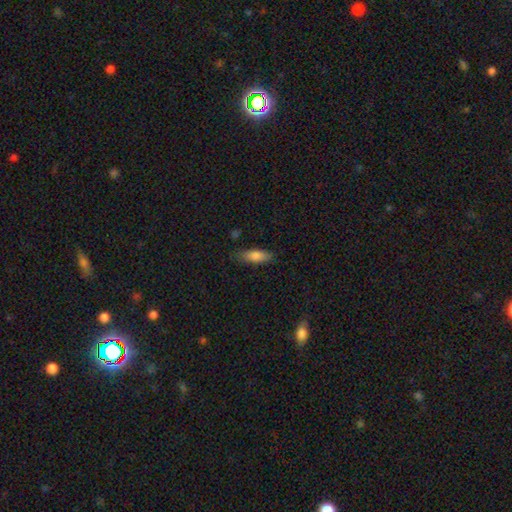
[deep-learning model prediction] A smooth galaxy with no disk features (81%) that is in between round and cigar-shaped (67%).

Vote fractions:
- Smooth or featured? smooth: 81% / featured or disk: 12% / star or artifact: 7%
- How rounded? in between: 67% / cigar-shaped: 31% / round: 2%
- Merging? none: 76% / minor disturbance: 18% / major disturbance: 4% / merger: 2%